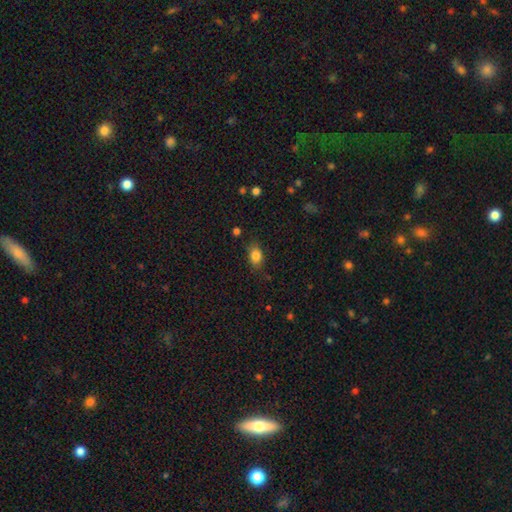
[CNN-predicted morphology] Q: Smooth or featured?
A: smooth (84%); runner-up: star or artifact (10%)
Q: How rounded?
A: in between (73%); runner-up: round (25%)
Q: Merging?
A: none (79%); runner-up: minor disturbance (16%)